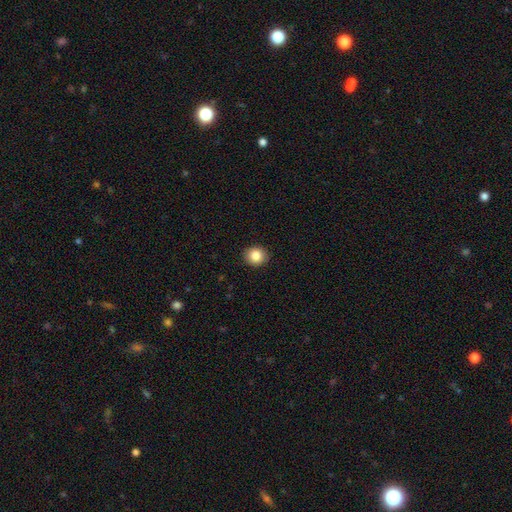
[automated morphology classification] A smooth galaxy with no disk features (86%) that is round (81%).

Vote fractions:
- Smooth or featured? smooth: 86% / star or artifact: 9% / featured or disk: 5%
- How rounded? round: 81% / in between: 18% / cigar-shaped: 1%
- Merging? none: 91% / minor disturbance: 6% / major disturbance: 2% / merger: 1%